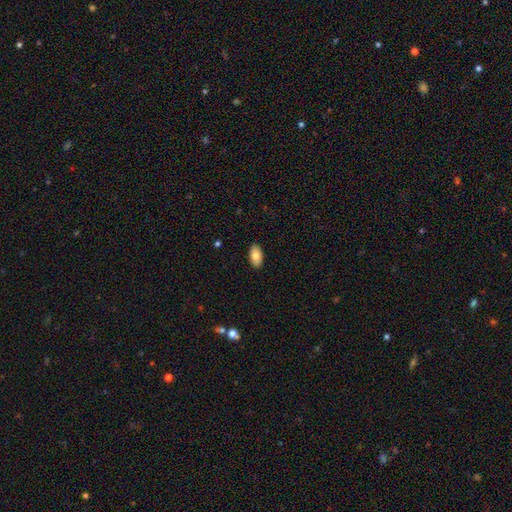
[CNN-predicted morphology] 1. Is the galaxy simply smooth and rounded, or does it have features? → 83% smooth, 10% featured or disk, 7% star or artifact.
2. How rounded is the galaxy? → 94% in between, 3% round, 3% cigar-shaped.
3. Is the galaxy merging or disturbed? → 89% none, 8% minor disturbance, 2% major disturbance, 1% merger.